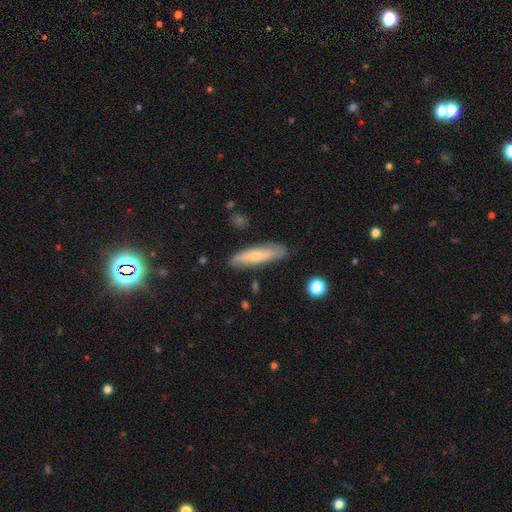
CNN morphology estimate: smooth 61%, featured or disk 32%, star or artifact 7%. Down the decision tree: how rounded — cigar-shaped (77%); merging — none (81%).